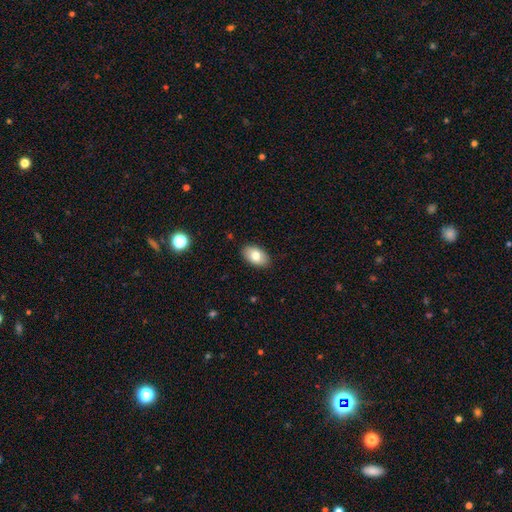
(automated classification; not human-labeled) A smooth galaxy with no disk features (79%) that is in between round and cigar-shaped (92%).

Vote fractions:
- Smooth or featured? smooth: 79% / featured or disk: 14% / star or artifact: 7%
- How rounded? in between: 92% / round: 6% / cigar-shaped: 1%
- Merging? none: 88% / minor disturbance: 9% / major disturbance: 2% / merger: 1%